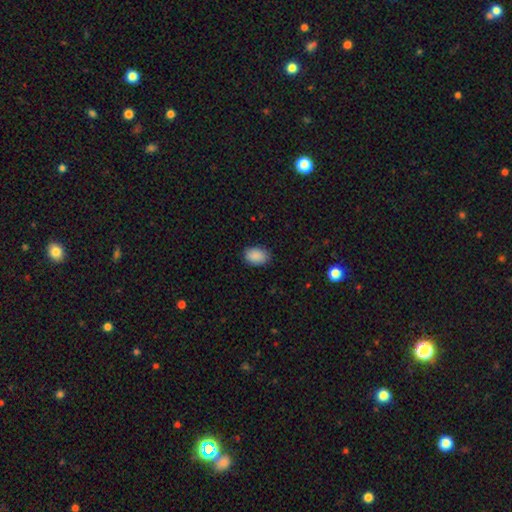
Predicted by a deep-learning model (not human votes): Smooth or featured? Predicted: smooth (p=0.89). How rounded? Predicted: in between (p=0.79). Merging? Predicted: none (p=0.84).